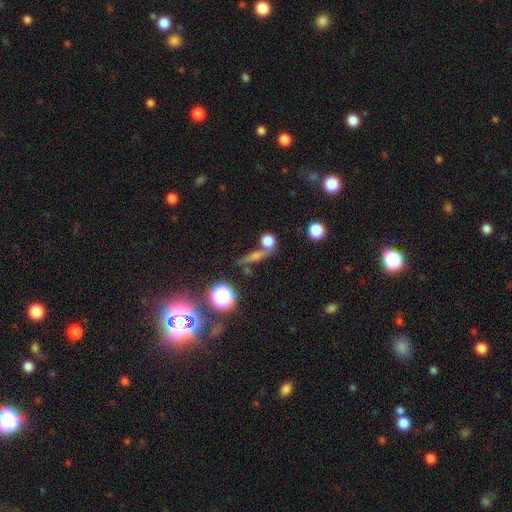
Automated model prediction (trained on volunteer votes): Smooth or featured? smooth (41%)
Merging? none (59%)